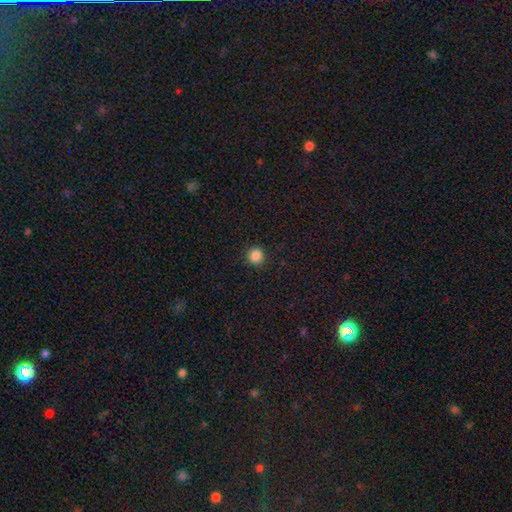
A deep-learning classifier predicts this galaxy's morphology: The model was most divided on "smooth or featured": smooth: 86%, star or artifact: 11%, featured or disk: 3%. More confident: how rounded — round (94%); merging — none (92%).